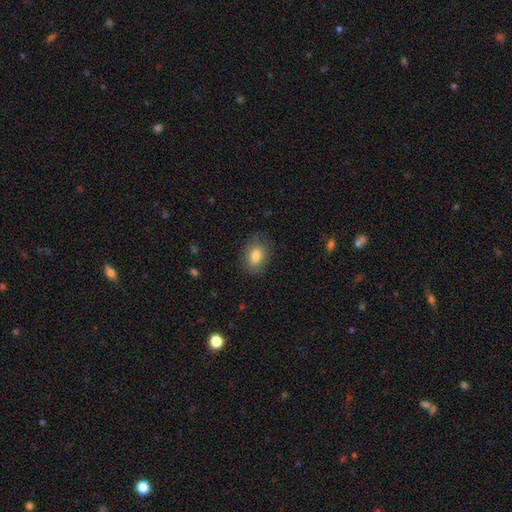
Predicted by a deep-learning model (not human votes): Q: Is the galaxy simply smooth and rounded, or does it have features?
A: smooth — 81%.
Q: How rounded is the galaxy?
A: in between — 78%.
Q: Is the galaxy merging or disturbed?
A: none — 81%.